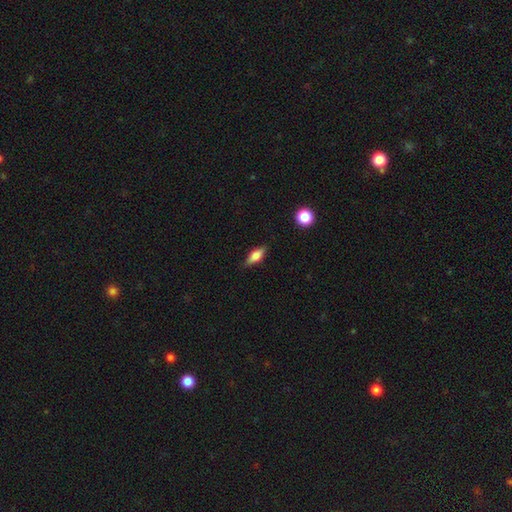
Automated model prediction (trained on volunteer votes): Smooth or featured? Predicted: smooth (p=0.69). How rounded? Predicted: in between (p=0.72). Merging? Predicted: none (p=0.82).